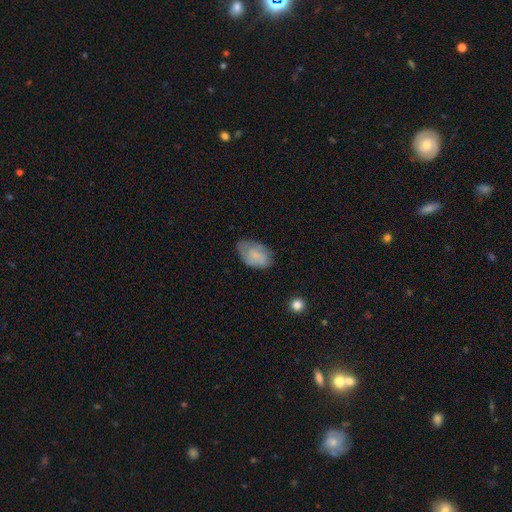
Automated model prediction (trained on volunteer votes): This is likely a smooth galaxy (68%). How rounded: clearly in between (91%). Merging: possibly none (57%).